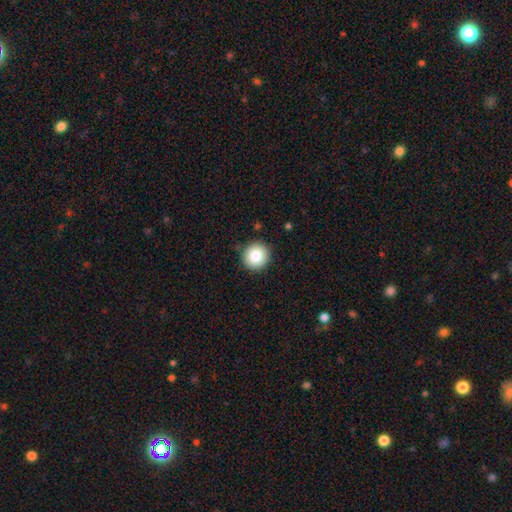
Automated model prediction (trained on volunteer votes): Smooth or featured: smooth — 84% (star or artifact — 9%)
How rounded: round — 93% (in between — 6%)
Merging: none — 90% (minor disturbance — 7%)